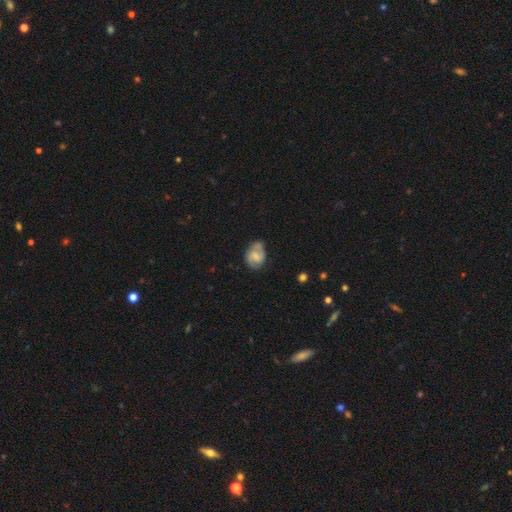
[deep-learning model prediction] smooth-or-featured: featured or disk: 53% | smooth: 39% | star or artifact: 8%
  disk-edge-on: no: 97% | yes: 3%
    bar: weak: 46% | no: 44% | strong: 10%
    has-spiral-arms: yes: 84% | no: 16%
    bulge-size: small: 40% | moderate: 31% | none: 23% | large: 5% | dominant: 1%
  merging: none: 54% | minor disturbance: 29% | major disturbance: 10% | merger: 6%